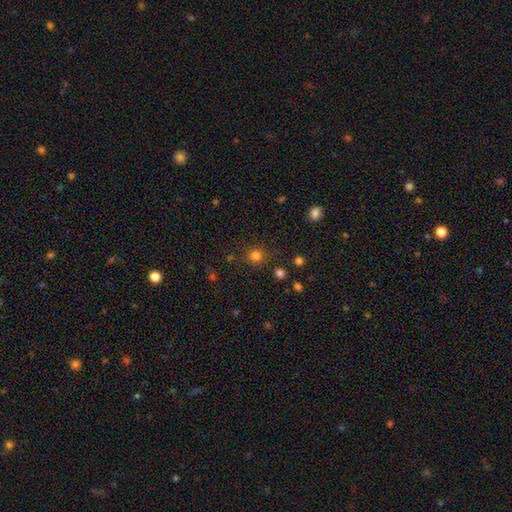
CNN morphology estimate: Smooth or featured? Predicted: smooth (p=0.78). How rounded? Predicted: round (p=0.91). Merging? Predicted: none (p=0.84).